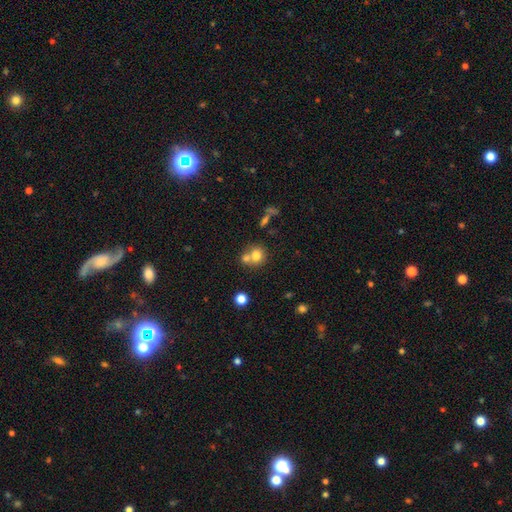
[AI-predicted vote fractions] Morphology: type=smooth (75%); roundness=round (81%); merging=merger (45%).